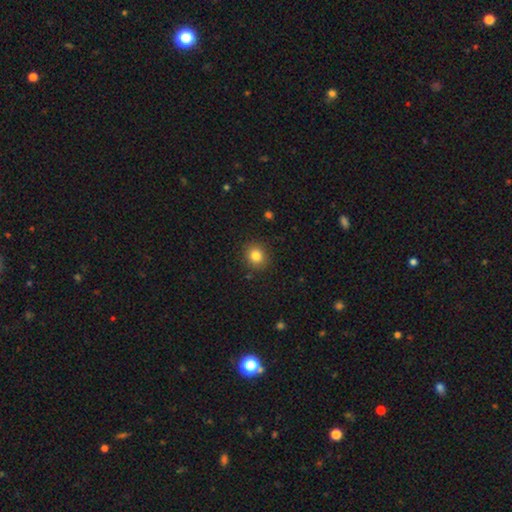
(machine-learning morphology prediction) smooth 84%, star or artifact 11%, featured or disk 6%. Down the decision tree: how rounded — round (85%); merging — none (90%).